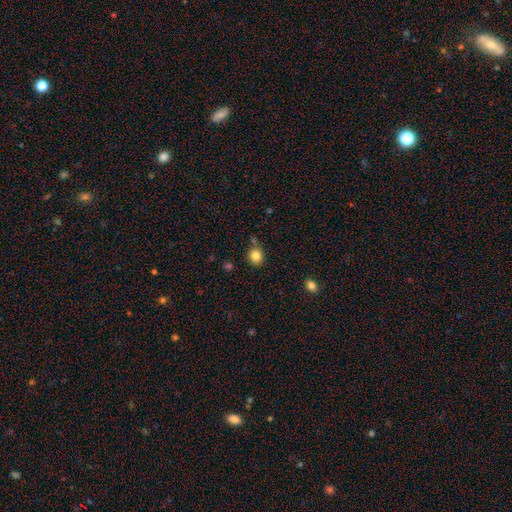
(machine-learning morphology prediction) smooth-or-featured: smooth: 83% | star or artifact: 11% | featured or disk: 6%
  how-rounded: round: 79% | in between: 20% | cigar-shaped: 1%
  merging: none: 78% | minor disturbance: 12% | merger: 7% | major disturbance: 3%